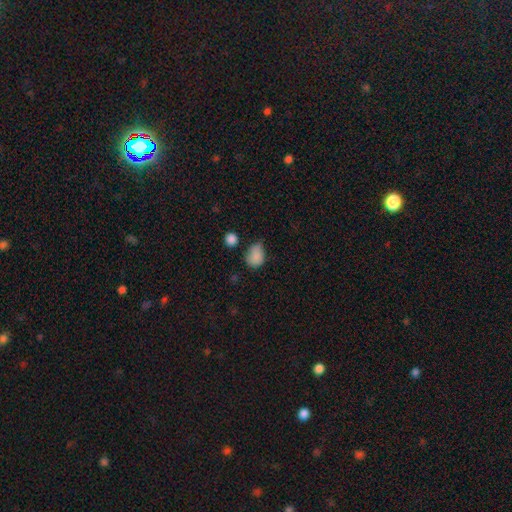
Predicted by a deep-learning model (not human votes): Smooth or featured?
  - smooth: 83% *
  - star or artifact: 10%
  - featured or disk: 7%
How rounded?
  - in between: 59% *
  - round: 40%
  - cigar-shaped: 1%
Merging?
  - none: 44% *
  - minor disturbance: 41%
  - major disturbance: 10%
  - merger: 5%